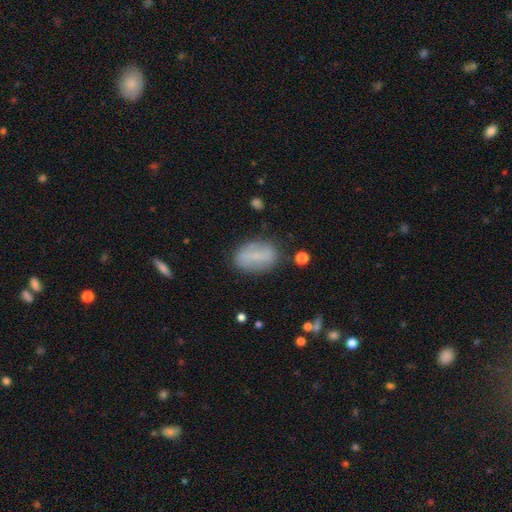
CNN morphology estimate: Overall: smooth (60%; featured or disk 32%). How rounded: in between (86%). Merging: none (78%).